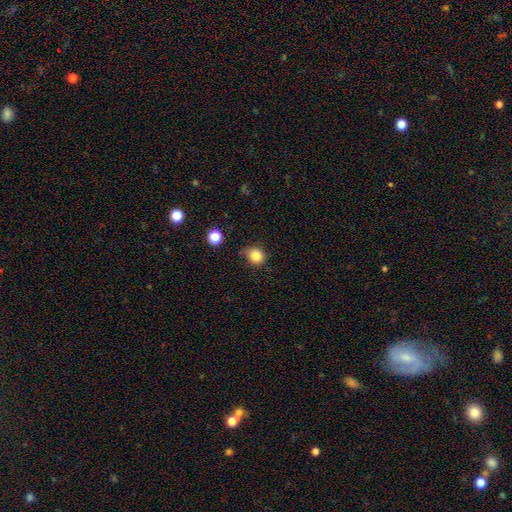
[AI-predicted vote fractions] Smooth or featured?
  - smooth: 84% *
  - star or artifact: 11%
  - featured or disk: 5%
How rounded?
  - round: 79% *
  - in between: 20%
  - cigar-shaped: 1%
Merging?
  - none: 68% *
  - minor disturbance: 23%
  - major disturbance: 5%
  - merger: 3%